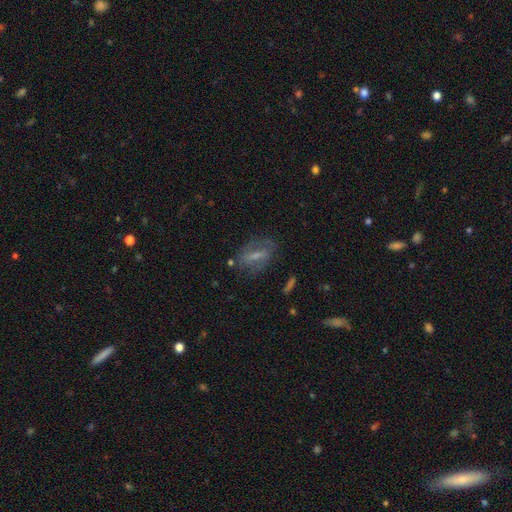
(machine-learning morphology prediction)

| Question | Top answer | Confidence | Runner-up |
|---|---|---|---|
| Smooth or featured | featured or disk | 45% | smooth (44%) |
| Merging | none | 67% | minor disturbance (19%) |